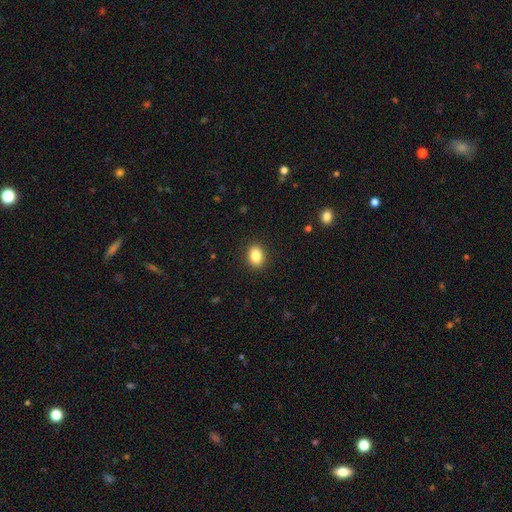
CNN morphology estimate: This is clearly a smooth galaxy (86%). How rounded: likely in between (66%). Merging: clearly none (91%).